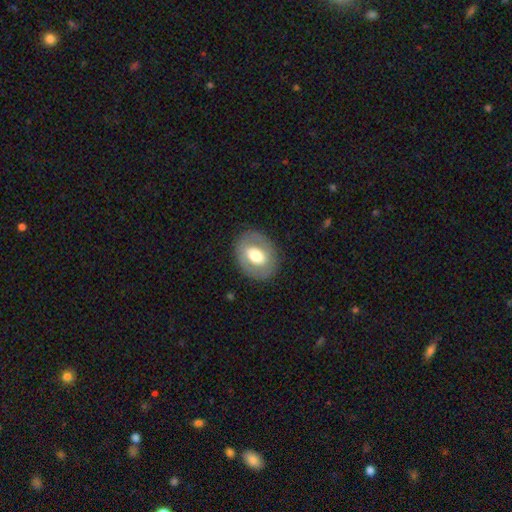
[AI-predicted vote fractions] smooth-or-featured: smooth: 53% | featured or disk: 40% | star or artifact: 7%
  how-rounded: in between: 61% | round: 37% | cigar-shaped: 1%
  merging: none: 83% | minor disturbance: 11% | major disturbance: 5% | merger: 1%